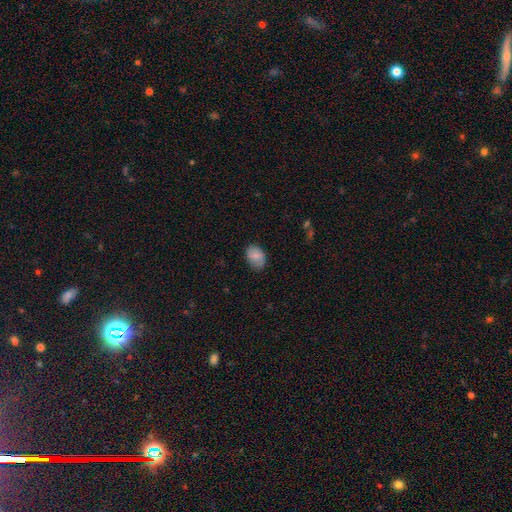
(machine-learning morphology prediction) A smooth galaxy with no disk features (78%) that is in between round and cigar-shaped (80%).

Vote fractions:
- Smooth or featured? smooth: 78% / featured or disk: 14% / star or artifact: 7%
- How rounded? in between: 80% / round: 19% / cigar-shaped: 1%
- Merging? none: 76% / minor disturbance: 19% / major disturbance: 4% / merger: 1%